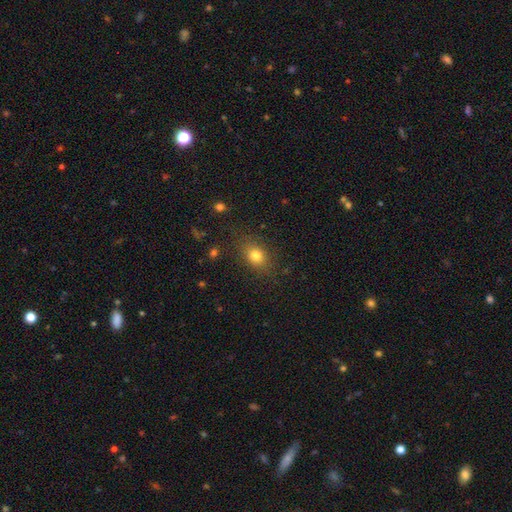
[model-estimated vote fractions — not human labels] Morphology: type=smooth (78%); roundness=in between (58%); merging=none (82%).